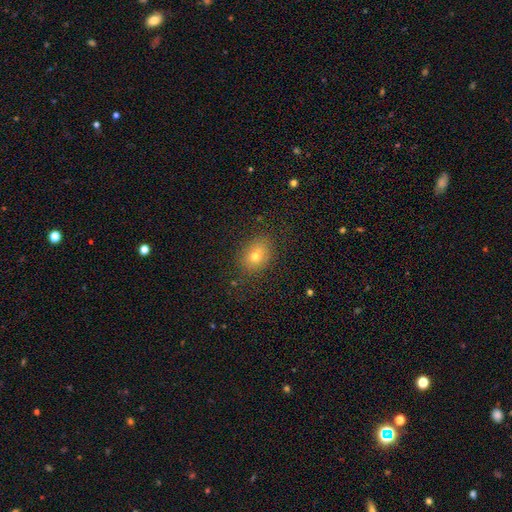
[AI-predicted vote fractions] A smooth galaxy with no disk features (73%) that is in between round and cigar-shaped (69%).

Vote fractions:
- Smooth or featured? smooth: 73% / featured or disk: 15% / star or artifact: 13%
- How rounded? in between: 69% / round: 29% / cigar-shaped: 1%
- Merging? none: 83% / minor disturbance: 12% / major disturbance: 4% / merger: 1%